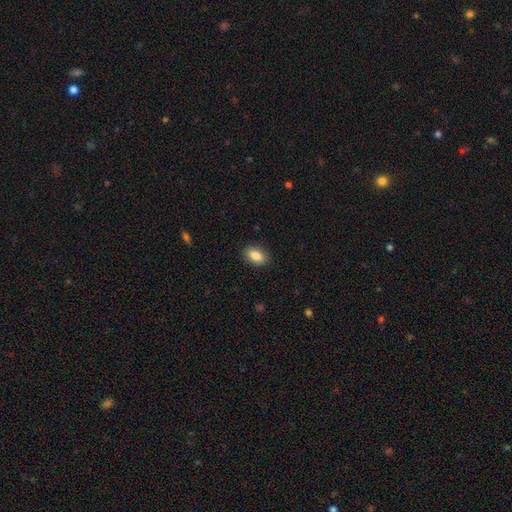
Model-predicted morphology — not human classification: This appears to be a smooth galaxy with no disk features (87%) that is in between round and cigar-shaped (89%). Merging: none (88%).